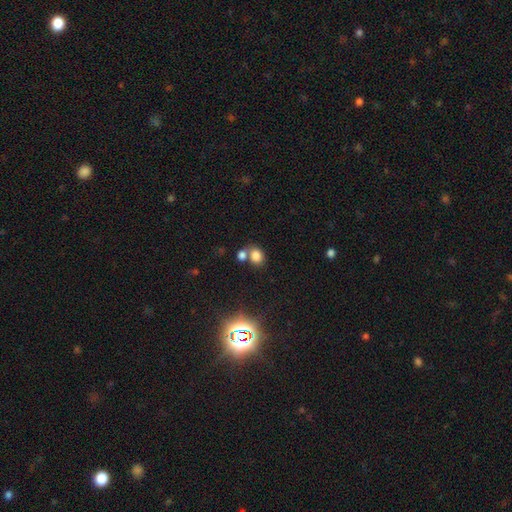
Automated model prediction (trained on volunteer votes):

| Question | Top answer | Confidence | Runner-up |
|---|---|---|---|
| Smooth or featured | smooth | 77% | star or artifact (15%) |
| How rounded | round | 50% | in between (49%) |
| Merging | none | 48% | merger (39%) |